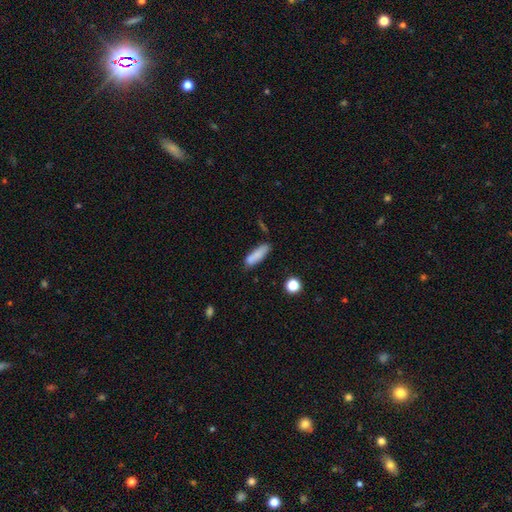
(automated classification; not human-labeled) This is clearly a smooth galaxy (82%). How rounded: possibly cigar-shaped (57%). Merging: likely none (67%).